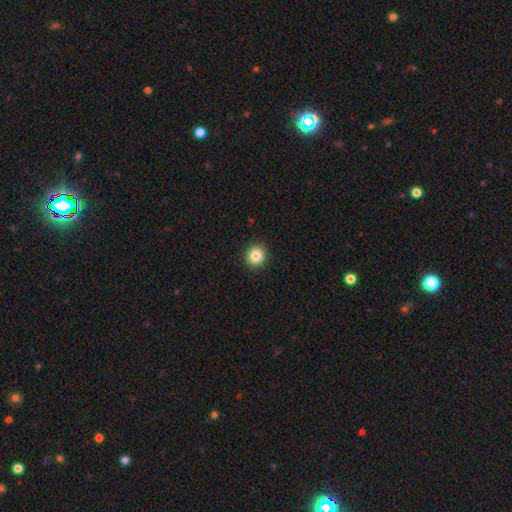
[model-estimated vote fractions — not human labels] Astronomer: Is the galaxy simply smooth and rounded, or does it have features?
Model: smooth — 84%.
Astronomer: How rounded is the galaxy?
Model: round — 87%.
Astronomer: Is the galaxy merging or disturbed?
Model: none — 92%.